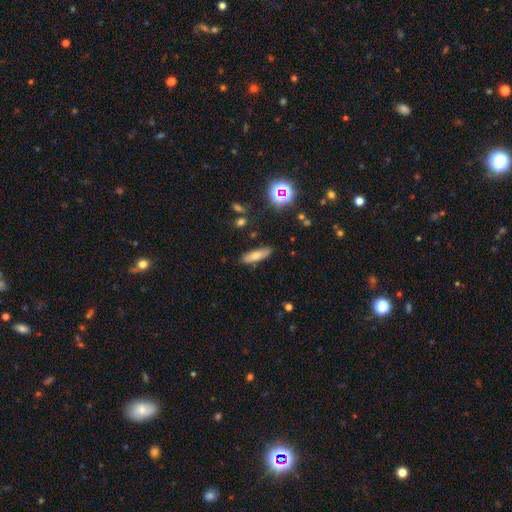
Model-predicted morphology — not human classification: Smooth or featured: smooth — 69% (featured or disk — 20%)
How rounded: cigar-shaped — 54% (in between — 43%)
Merging: none — 85% (minor disturbance — 10%)